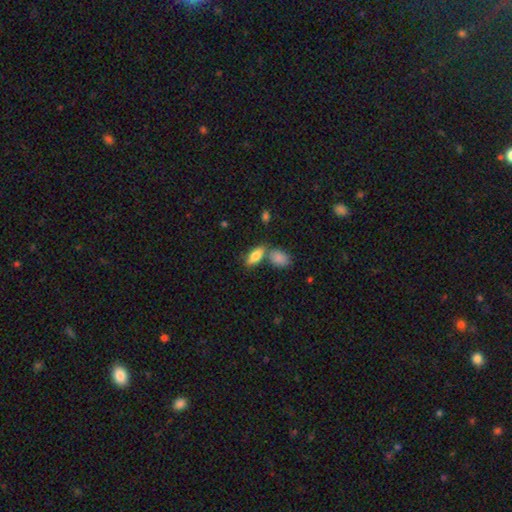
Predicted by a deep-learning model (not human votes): smooth_or_featured: smooth (p=0.80) [alt: featured or disk p=0.13]
how_rounded: in between (p=0.81) [alt: cigar-shaped p=0.15]
merging: none (p=0.57) [alt: merger p=0.28]